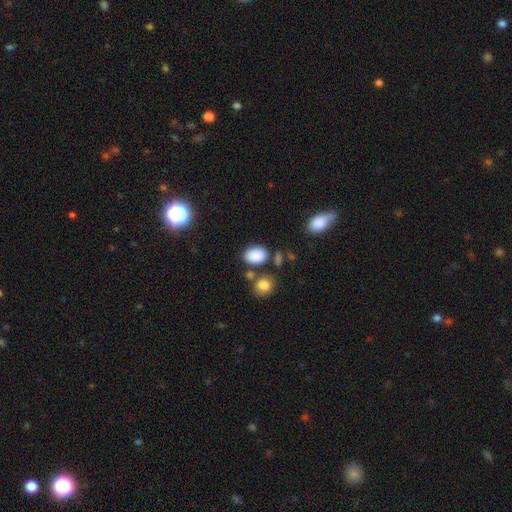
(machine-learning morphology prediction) This appears to be a smooth galaxy with no disk features (86%) that is in between round and cigar-shaped (78%). Merging: none (74%).